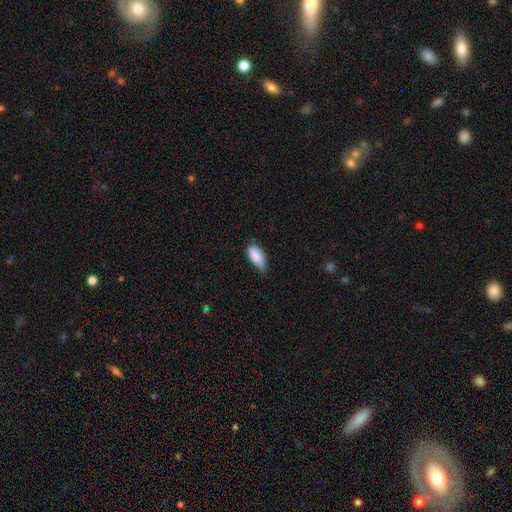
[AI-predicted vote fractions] smooth_or_featured: smooth (p=0.86) [alt: featured or disk p=0.07]
how_rounded: in between (p=0.88) [alt: cigar-shaped p=0.10]
merging: minor disturbance (p=0.47) [alt: none p=0.43]